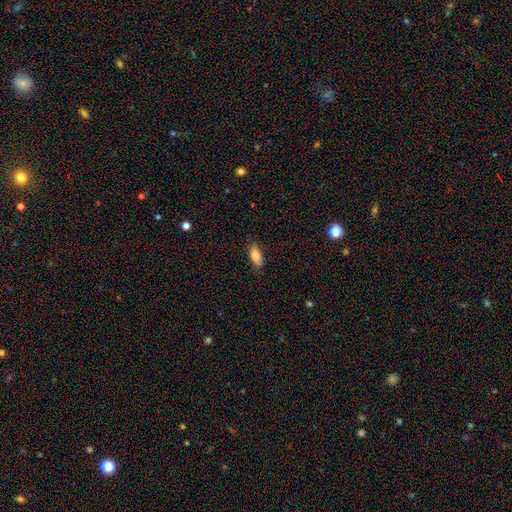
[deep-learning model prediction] This is clearly a smooth galaxy (86%). How rounded: clearly in between (84%). Merging: clearly none (83%).